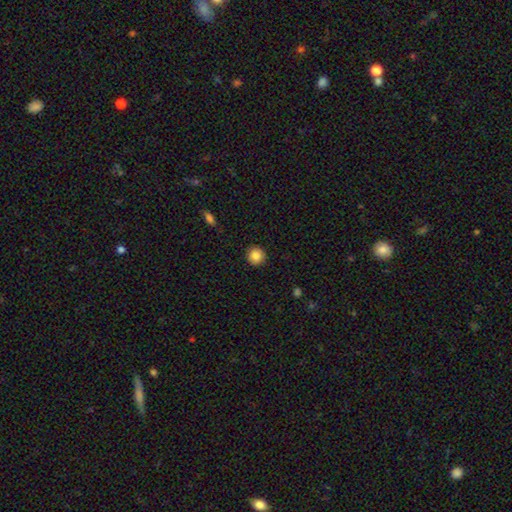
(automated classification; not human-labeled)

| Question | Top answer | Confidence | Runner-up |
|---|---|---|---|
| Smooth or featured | smooth | 86% | star or artifact (9%) |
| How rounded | round | 94% | in between (5%) |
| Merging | none | 92% | minor disturbance (5%) |